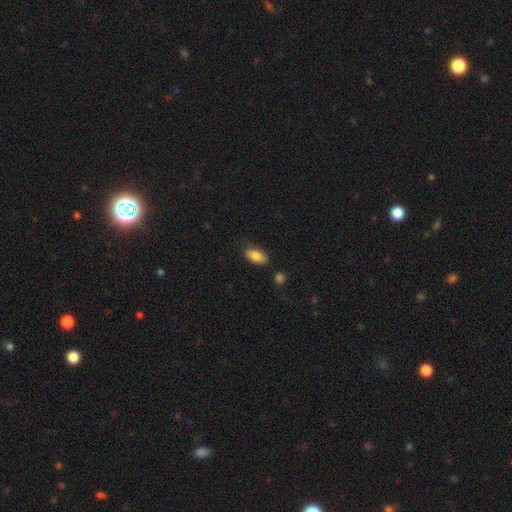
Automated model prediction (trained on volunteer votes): A smooth galaxy with no disk features (83%) that is in between round and cigar-shaped (91%).

Vote fractions:
- Smooth or featured? smooth: 83% / featured or disk: 10% / star or artifact: 7%
- How rounded? in between: 91% / cigar-shaped: 5% / round: 4%
- Merging? none: 73% / minor disturbance: 19% / major disturbance: 4% / merger: 4%